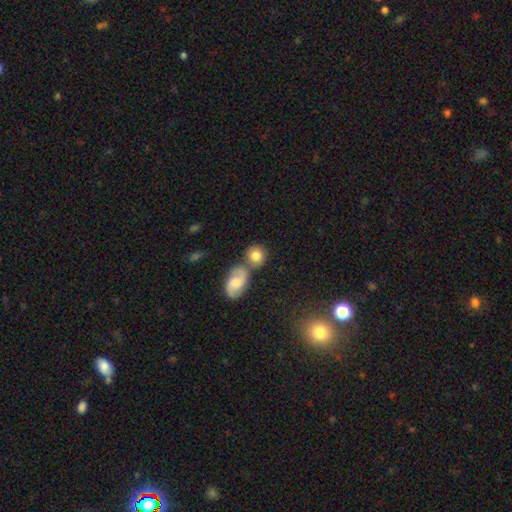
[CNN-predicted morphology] type=smooth (79%); roundness=round (79%); merging=none (57%).